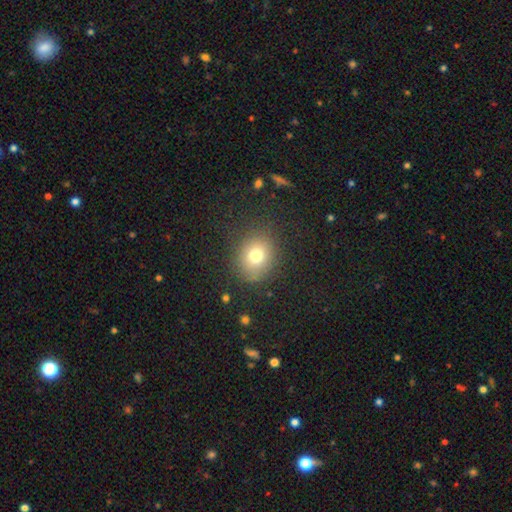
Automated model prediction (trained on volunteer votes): Smooth or featured: smooth — 75% (star or artifact — 15%)
How rounded: round — 74% (in between — 25%)
Merging: none — 84% (minor disturbance — 10%)